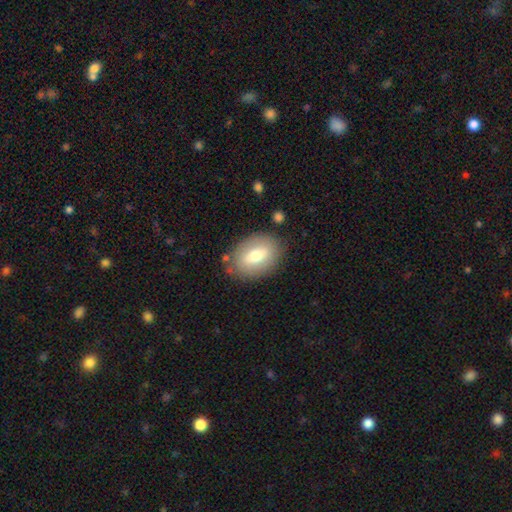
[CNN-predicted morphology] Smooth or featured? Predicted: smooth (p=0.64). How rounded? Predicted: in between (p=0.80). Merging? Predicted: none (p=0.82).